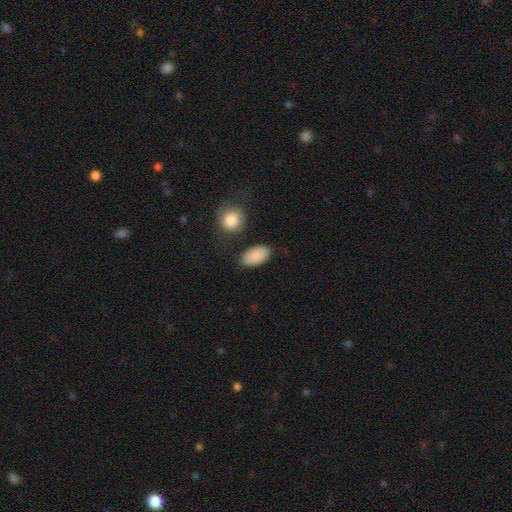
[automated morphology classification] A smooth galaxy with no disk features (89%) that is in between round and cigar-shaped (93%).

Vote fractions:
- Smooth or featured? smooth: 89% / star or artifact: 6% / featured or disk: 4%
- How rounded? in between: 93% / round: 5% / cigar-shaped: 2%
- Merging? none: 80% / minor disturbance: 12% / merger: 5% / major disturbance: 3%